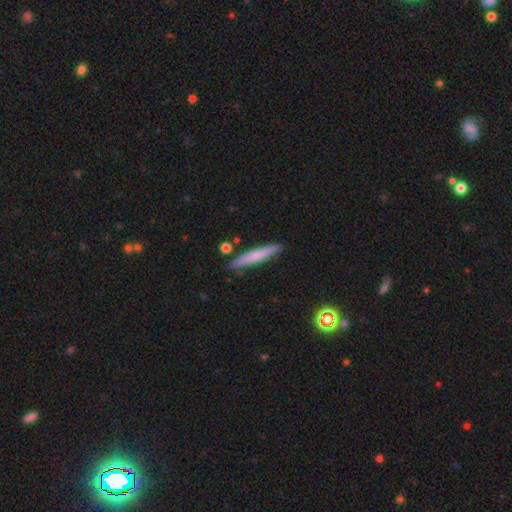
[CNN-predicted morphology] type=smooth (63%); roundness=cigar-shaped (94%); merging=none (87%).